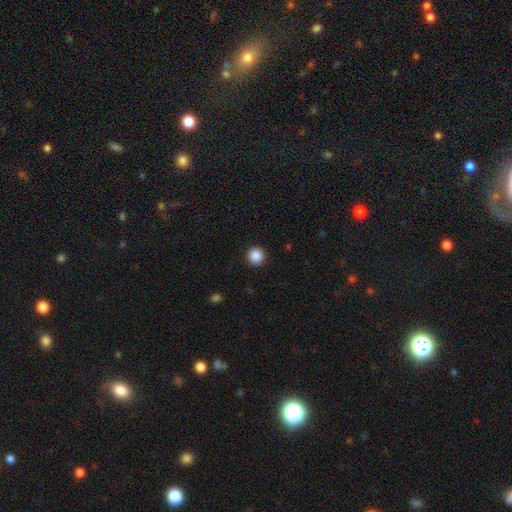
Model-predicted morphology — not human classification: This appears to be a smooth galaxy with no disk features (88%) that is round (95%). Merging: none (93%).